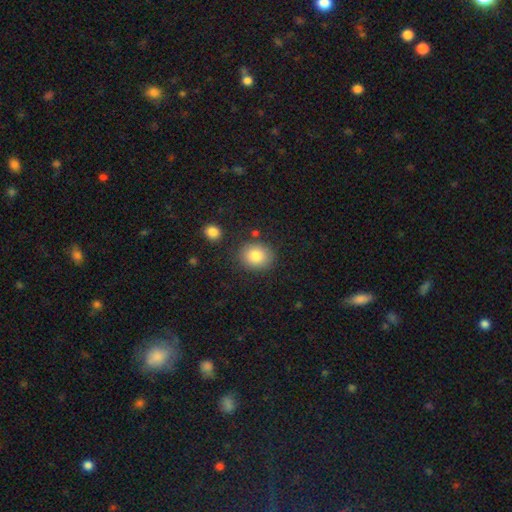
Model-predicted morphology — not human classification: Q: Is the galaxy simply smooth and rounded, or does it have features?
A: smooth — 83%.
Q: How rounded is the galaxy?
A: round — 67%.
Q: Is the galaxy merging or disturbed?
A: none — 82%.